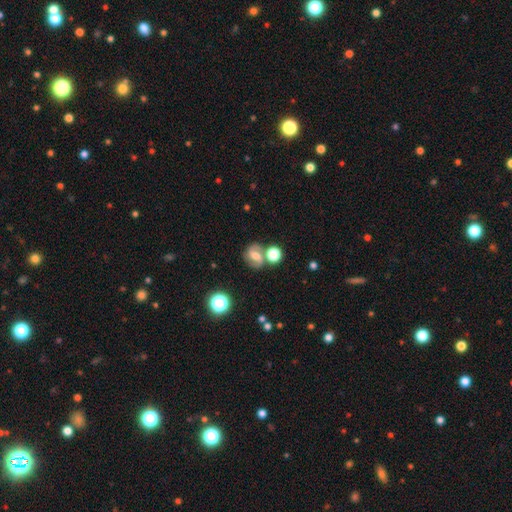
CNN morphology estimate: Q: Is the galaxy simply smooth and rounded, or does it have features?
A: featured or disk — 56%.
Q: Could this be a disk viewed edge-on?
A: no — 96%.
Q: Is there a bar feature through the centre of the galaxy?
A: weak — 44%.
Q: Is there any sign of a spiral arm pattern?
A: yes — 83%.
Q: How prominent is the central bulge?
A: moderate — 58%.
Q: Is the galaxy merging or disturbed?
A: none — 64%.